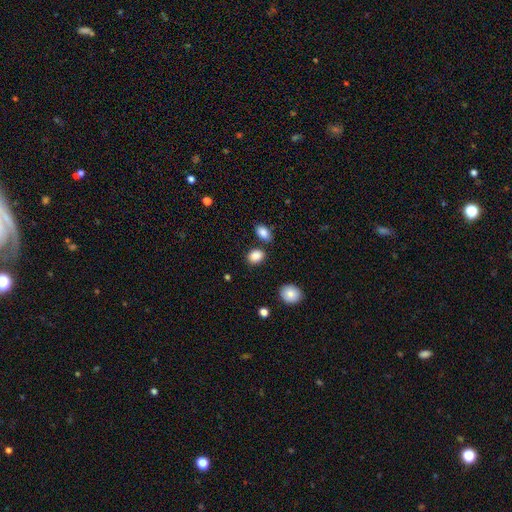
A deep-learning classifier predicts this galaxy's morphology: A smooth galaxy with no disk features (88%) that is in between round and cigar-shaped (71%). Merging: none (79%).